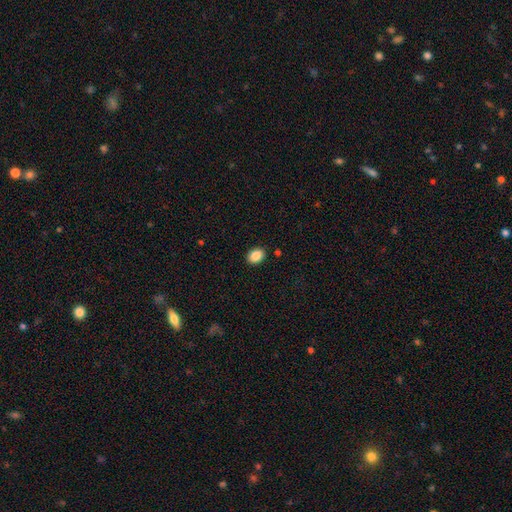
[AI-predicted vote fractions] Smooth or featured? Predicted: smooth (p=0.87). How rounded? Predicted: in between (p=0.70). Merging? Predicted: none (p=0.89).